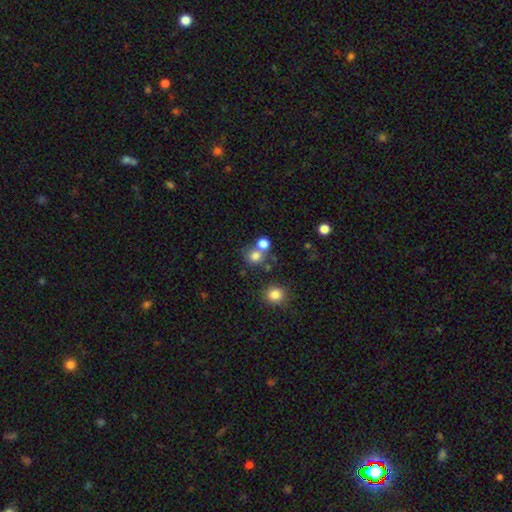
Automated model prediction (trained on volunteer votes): Overall: smooth (77%). How rounded: round (85%). Merging: none (57%; merger 32%).